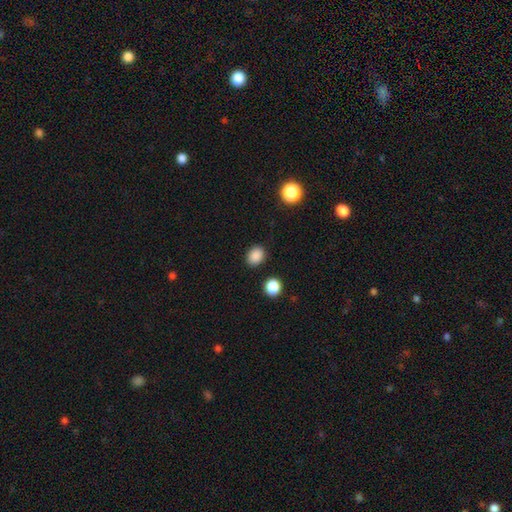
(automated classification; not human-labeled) smooth_or_featured: smooth (p=0.87) [alt: star or artifact p=0.10]
how_rounded: in between (p=0.53) [alt: round p=0.46]
merging: none (p=0.87) [alt: minor disturbance p=0.08]